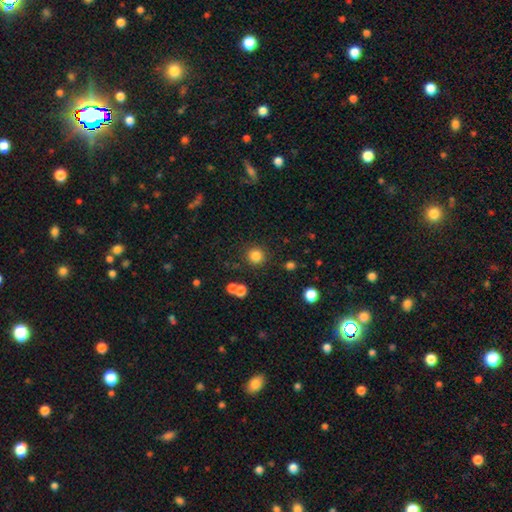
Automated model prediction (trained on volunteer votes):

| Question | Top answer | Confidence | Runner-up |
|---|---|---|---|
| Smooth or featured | smooth | 82% | star or artifact (13%) |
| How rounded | round | 93% | in between (6%) |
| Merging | none | 86% | minor disturbance (7%) |